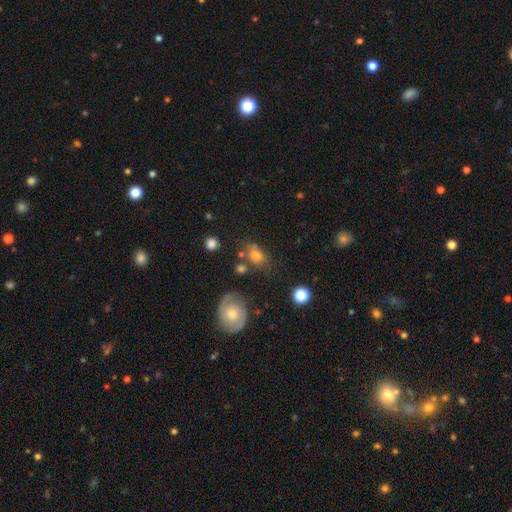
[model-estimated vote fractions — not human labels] The model was most divided on "how rounded": in between: 67%, round: 31%, cigar-shaped: 2%. More confident: smooth or featured — smooth (71%); merging — none (62%).